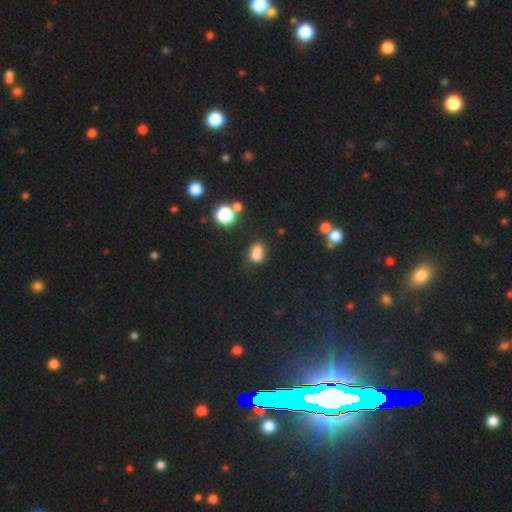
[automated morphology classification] smooth 75%, star or artifact 16%, featured or disk 9%. Down the decision tree: how rounded — in between (70%); merging — none (49%).